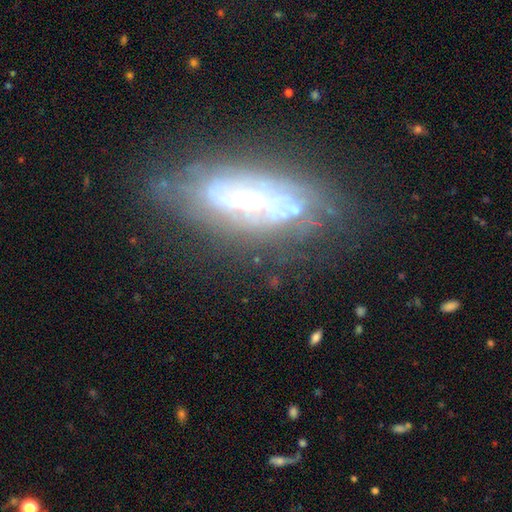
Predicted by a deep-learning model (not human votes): The model was most divided on "bulge size": small: 48%, moderate: 42%, large: 5%, none: 3%, dominant: 2%. More confident: edge-on disk — no (83%); spiral arms — yes (80%); smooth or featured — featured or disk (79%); merging — none (67%); spiral winding — tight (61%); bar — no (60%); spiral arm count — can't tell (52%).